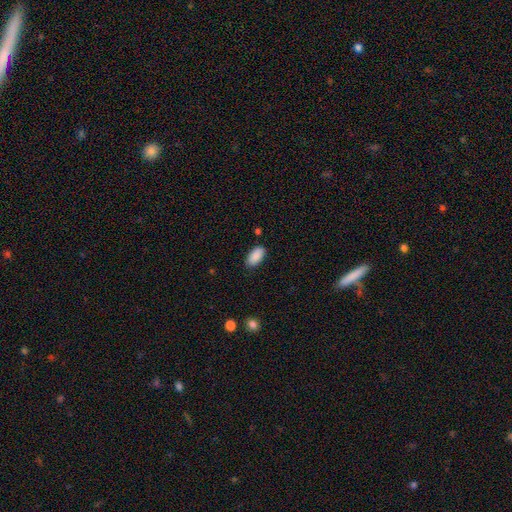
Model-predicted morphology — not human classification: A smooth galaxy with no disk features (90%) that is in between round and cigar-shaped (93%). Merging: none (85%).